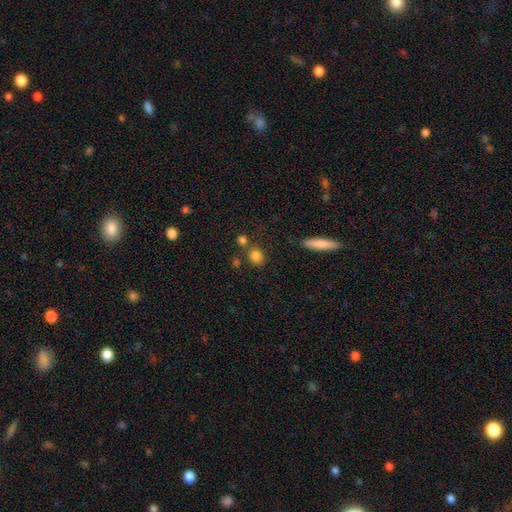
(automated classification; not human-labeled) Smooth or featured? smooth (81%)
How rounded? round (68%)
Merging? none (69%)